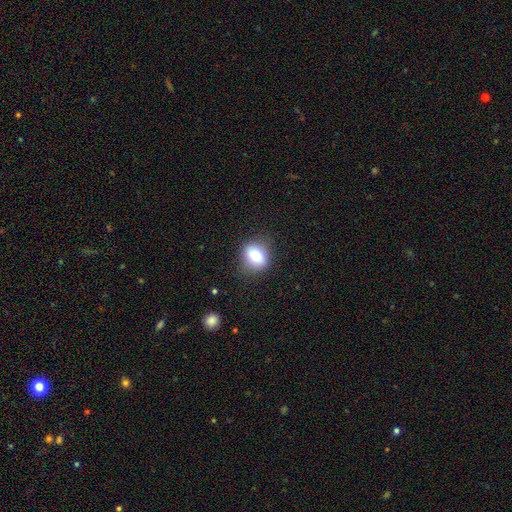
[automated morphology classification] The model was most divided on "how rounded": round: 59%, in between: 39%, cigar-shaped: 1%. More confident: merging — none (80%); smooth or featured — smooth (79%).